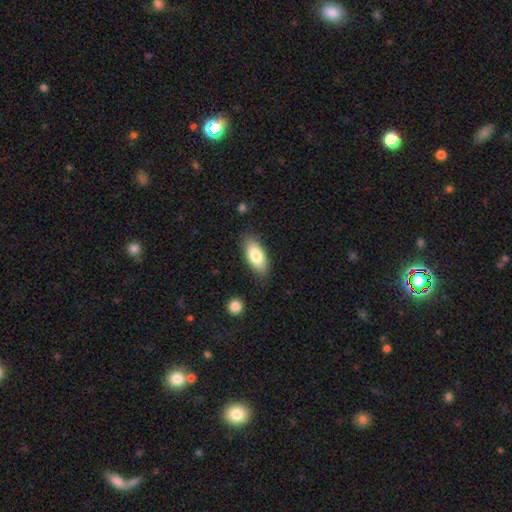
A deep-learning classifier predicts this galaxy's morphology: smooth 80%, featured or disk 14%, star or artifact 6%. Down the decision tree: how rounded — in between (84%); merging — none (83%).